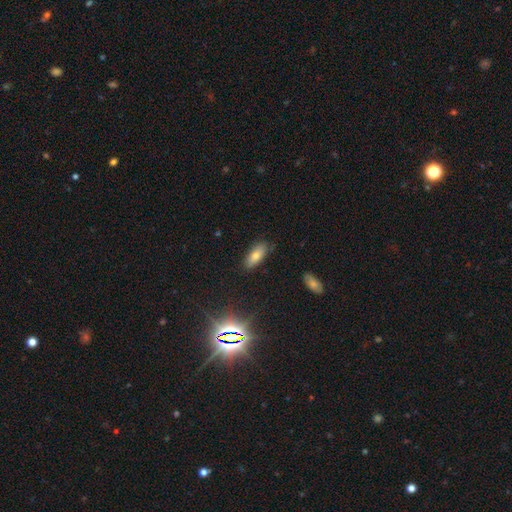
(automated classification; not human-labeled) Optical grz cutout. It shows a smooth galaxy with no disk features (64%) that is in between round and cigar-shaped (77%). Merging: none (84%).